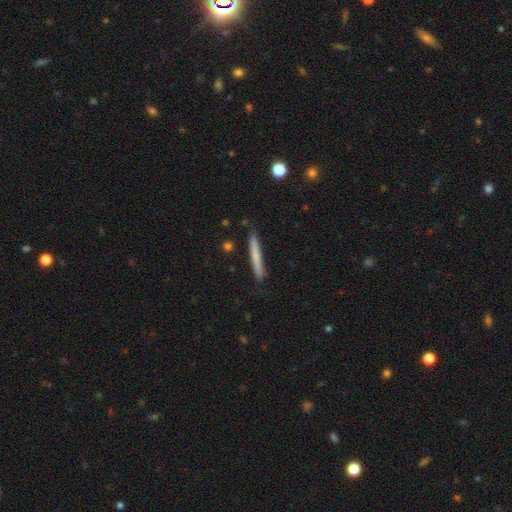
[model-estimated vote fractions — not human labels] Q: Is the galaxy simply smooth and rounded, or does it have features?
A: smooth — 69%.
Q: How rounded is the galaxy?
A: cigar-shaped — 96%.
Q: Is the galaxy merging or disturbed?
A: none — 86%.